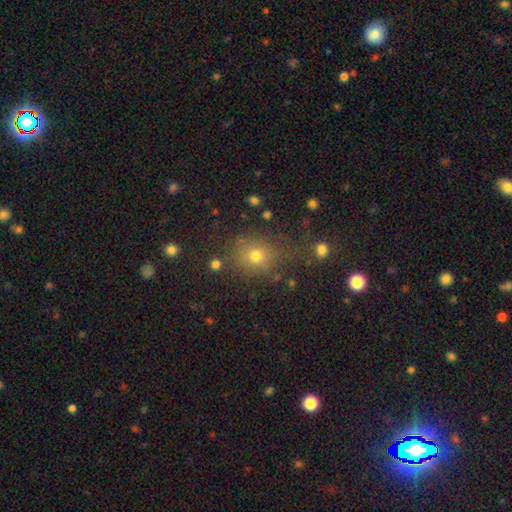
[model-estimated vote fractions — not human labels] Q: Smooth or featured?
A: smooth (65%); runner-up: star or artifact (25%)
Q: How rounded?
A: round (72%); runner-up: in between (26%)
Q: Merging?
A: none (75%); runner-up: minor disturbance (14%)